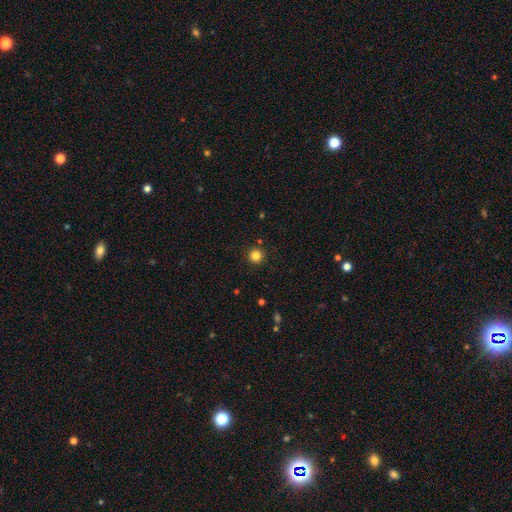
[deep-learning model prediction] Smooth or featured: smooth — 83% (star or artifact — 12%)
How rounded: round — 96% (in between — 3%)
Merging: none — 92% (minor disturbance — 5%)